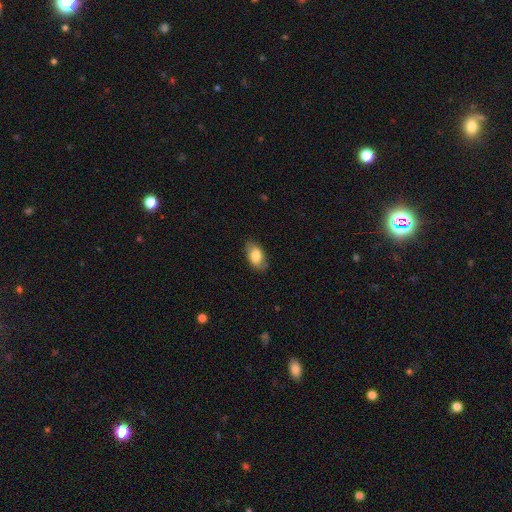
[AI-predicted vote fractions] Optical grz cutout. It shows a smooth galaxy with no disk features (76%) that is in between round and cigar-shaped (92%). Merging: none (80%).